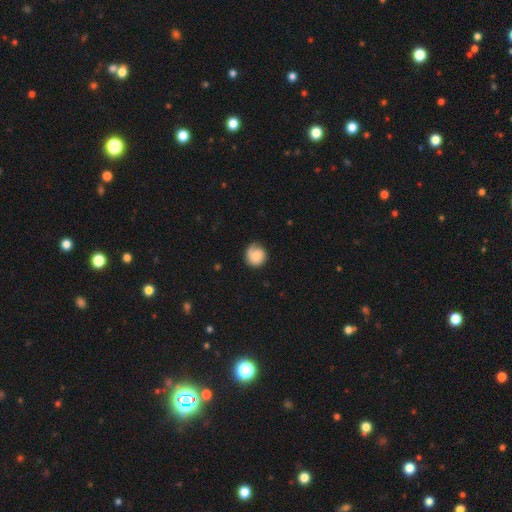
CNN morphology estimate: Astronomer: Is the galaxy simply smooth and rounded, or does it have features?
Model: smooth — 54% (runner-up: featured or disk, 39%).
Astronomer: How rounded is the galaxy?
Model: round — 82%.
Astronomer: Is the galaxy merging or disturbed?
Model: none — 65%.